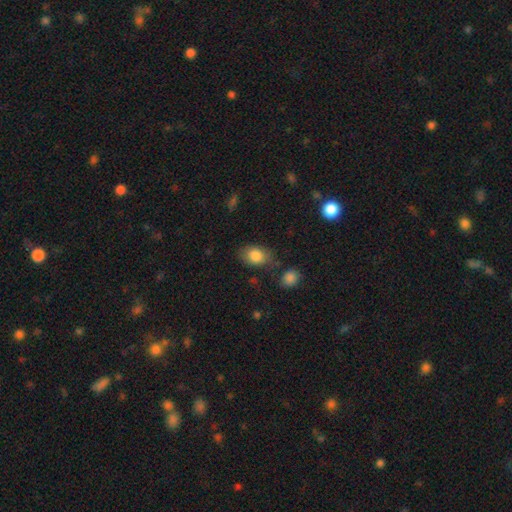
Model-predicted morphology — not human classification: Smooth or featured?
  - smooth: 84% *
  - star or artifact: 8%
  - featured or disk: 8%
How rounded?
  - in between: 74% *
  - round: 25%
  - cigar-shaped: 1%
Merging?
  - none: 66% *
  - minor disturbance: 21%
  - major disturbance: 7%
  - merger: 6%